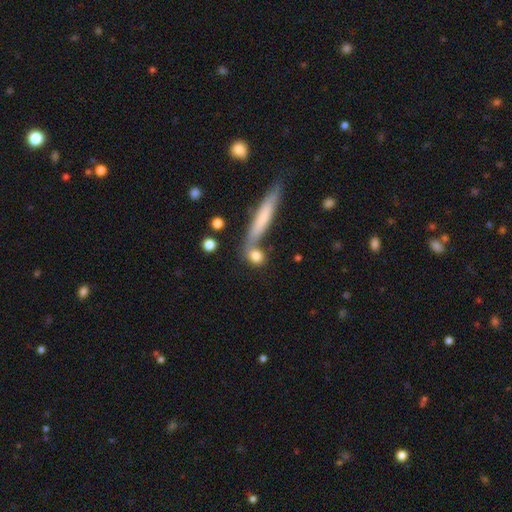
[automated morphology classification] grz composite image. It shows a smooth galaxy with no disk features (78%) that is round (51%). Merging: none (56%).